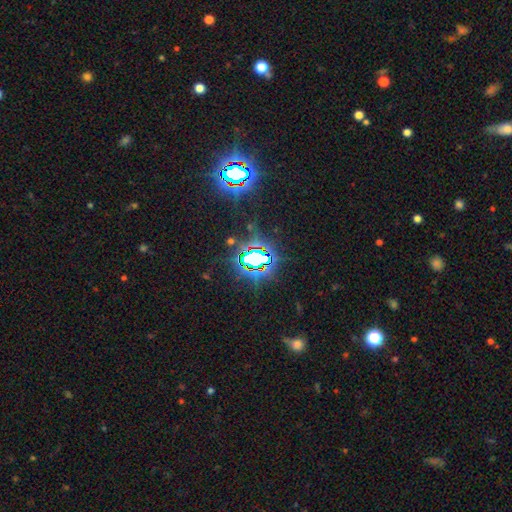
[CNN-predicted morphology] This appears to be a star or artifact, not a galaxy (82%).